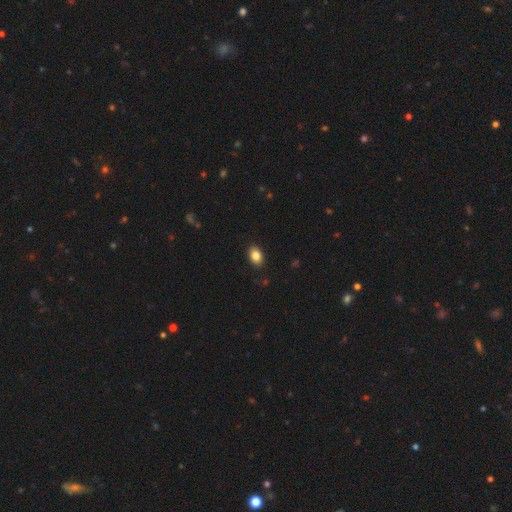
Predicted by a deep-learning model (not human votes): Smooth or featured?
  - smooth: 85% *
  - star or artifact: 9%
  - featured or disk: 6%
How rounded?
  - in between: 78% *
  - round: 21%
  - cigar-shaped: 1%
Merging?
  - none: 88% *
  - minor disturbance: 9%
  - major disturbance: 2%
  - merger: 1%